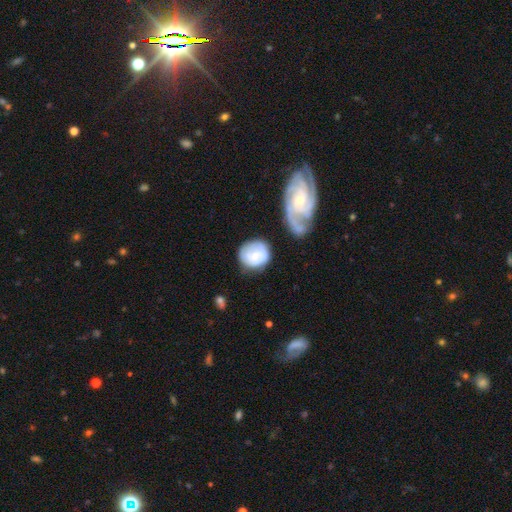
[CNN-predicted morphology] This is possibly a smooth galaxy (51%). How rounded: likely round (74%). Merging: possibly none (54%).